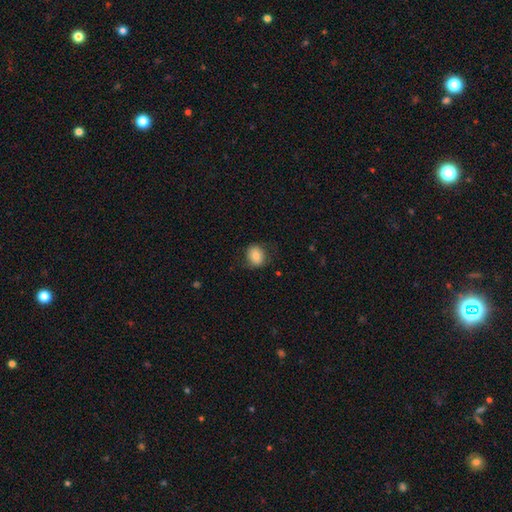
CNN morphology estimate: Smooth or featured? Predicted: smooth (p=0.79). How rounded? Predicted: round (p=0.63). Merging? Predicted: none (p=0.77).